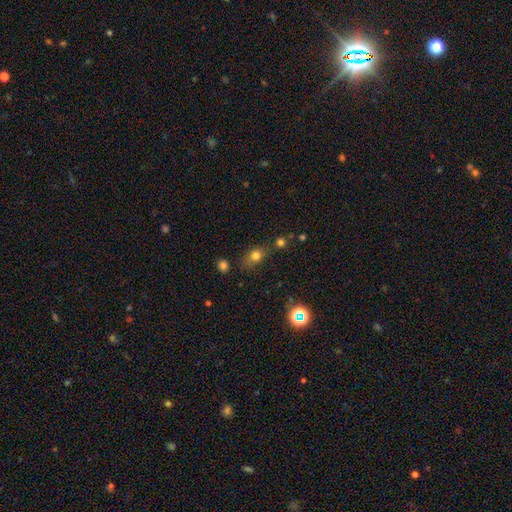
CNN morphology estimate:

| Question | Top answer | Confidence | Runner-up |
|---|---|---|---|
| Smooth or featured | smooth | 74% | star or artifact (15%) |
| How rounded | in between | 57% | round (40%) |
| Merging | none | 62% | minor disturbance (19%) |